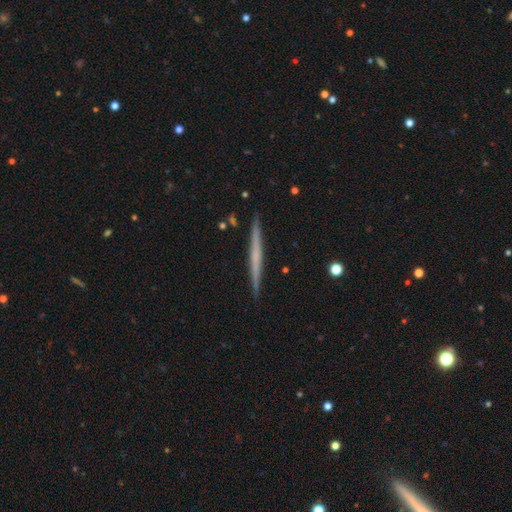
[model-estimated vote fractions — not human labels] This is possibly a featured or disk galaxy (55%). It is clearly viewed edge-on (98%). Edge-on bulge: clearly none (84%). Merging: clearly none (92%).